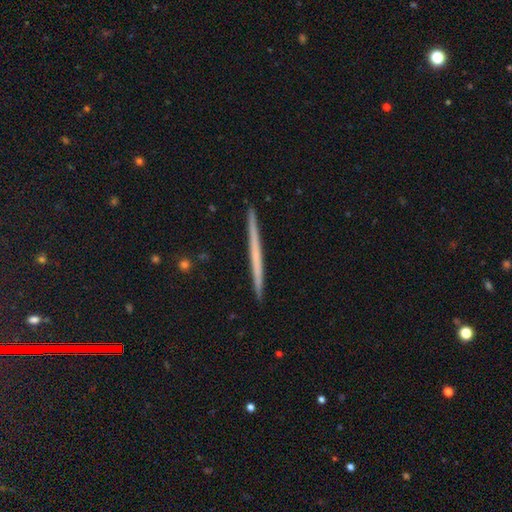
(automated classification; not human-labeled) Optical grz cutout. It shows a featured or disk galaxy (53%) viewed edge-on (98%) with no central bulge (92%). Merging: none (93%).